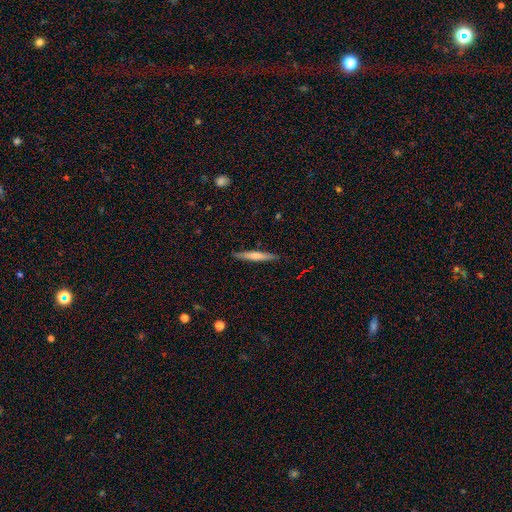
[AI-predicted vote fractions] This is possibly a smooth galaxy (54%). How rounded: clearly cigar-shaped (95%). Merging: clearly none (89%).